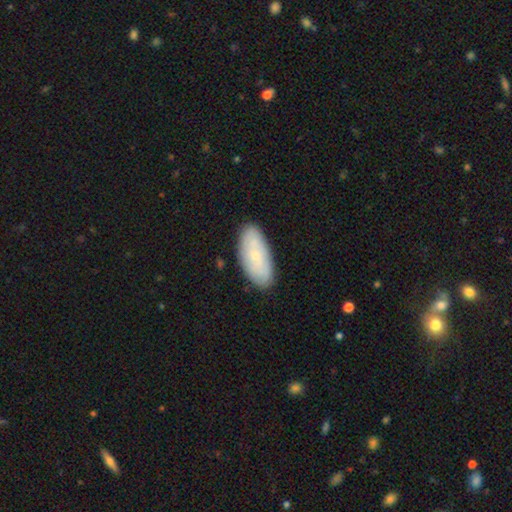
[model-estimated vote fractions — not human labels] smooth-or-featured: smooth: 62% | featured or disk: 31% | star or artifact: 6%
  how-rounded: in between: 90% | cigar-shaped: 8% | round: 2%
  merging: none: 84% | minor disturbance: 12% | major disturbance: 2% | merger: 1%